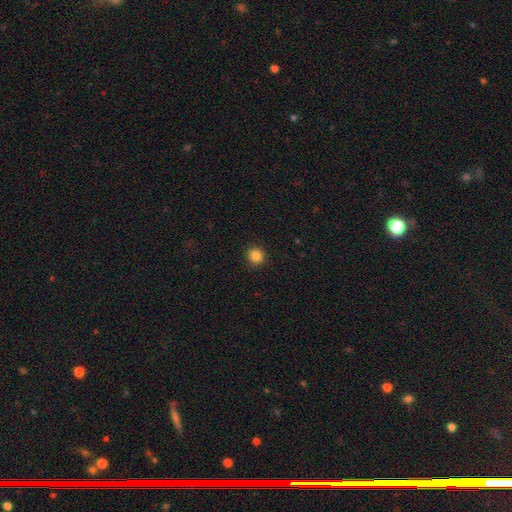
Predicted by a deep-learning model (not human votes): Overall: smooth (85%). How rounded: round (93%). Merging: none (92%).